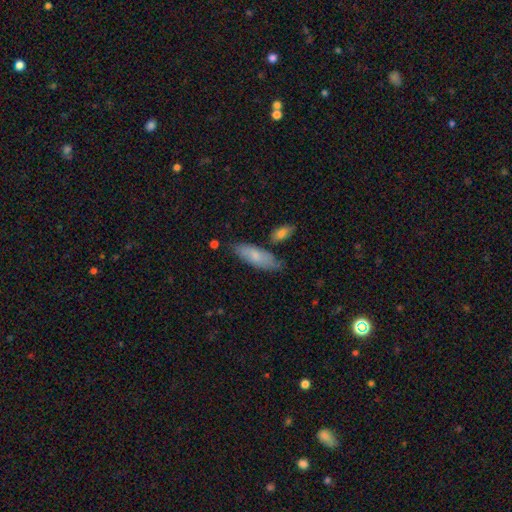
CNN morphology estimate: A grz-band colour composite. It shows a smooth galaxy with no disk features (71%) that is in between round and cigar-shaped (62%). Merging: none (70%).